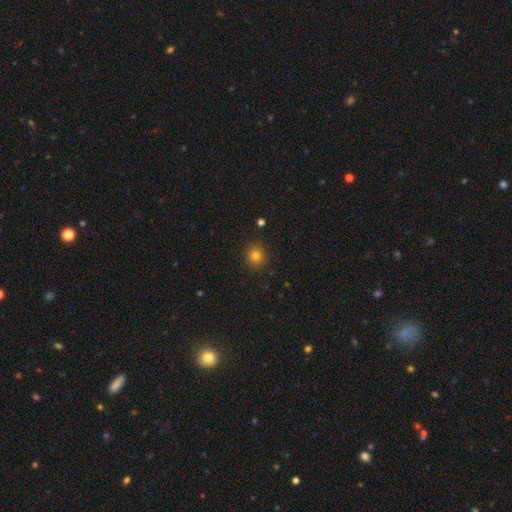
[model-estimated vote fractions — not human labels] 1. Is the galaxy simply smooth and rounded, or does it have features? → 80% smooth, 13% star or artifact, 6% featured or disk.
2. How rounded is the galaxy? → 88% round, 11% in between, 1% cigar-shaped.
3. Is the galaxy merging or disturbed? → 90% none, 7% minor disturbance, 2% major disturbance, 1% merger.